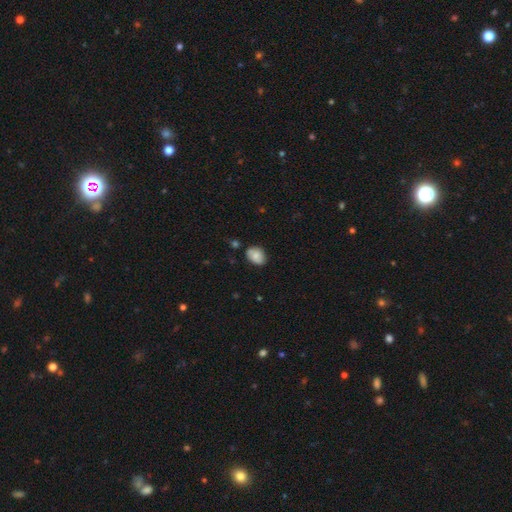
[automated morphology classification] Overall: smooth (75%). How rounded: in between (73%). Merging: none (74%).